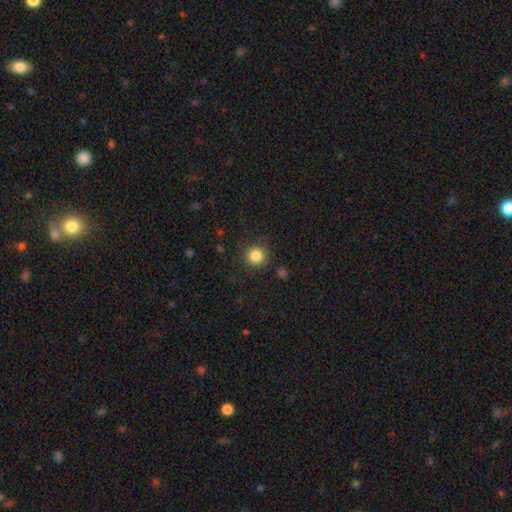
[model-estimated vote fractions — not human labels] A smooth galaxy with no disk features (84%) that is round (94%).

Vote fractions:
- Smooth or featured? smooth: 84% / star or artifact: 11% / featured or disk: 5%
- How rounded? round: 94% / in between: 5% / cigar-shaped: 1%
- Merging? none: 86% / minor disturbance: 9% / major disturbance: 3% / merger: 2%